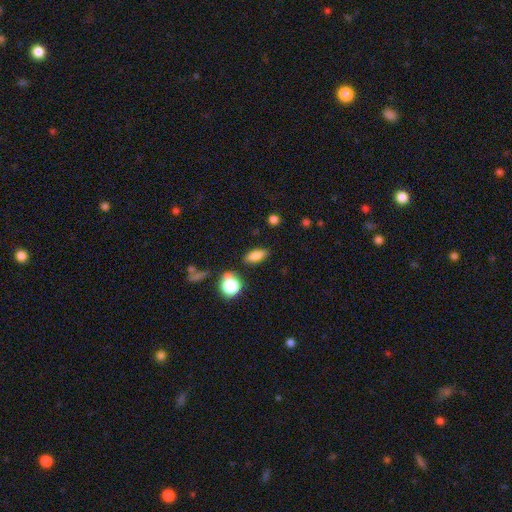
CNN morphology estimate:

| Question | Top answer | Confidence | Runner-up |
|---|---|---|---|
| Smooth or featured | smooth | 82% | star or artifact (11%) |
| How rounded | in between | 78% | cigar-shaped (14%) |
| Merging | none | 80% | minor disturbance (13%) |